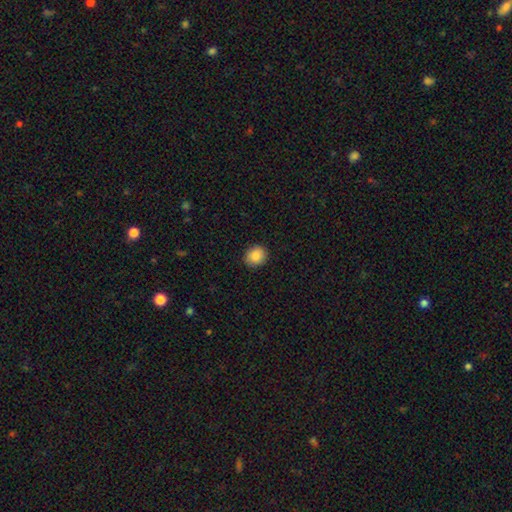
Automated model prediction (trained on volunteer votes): Smooth or featured? smooth (88%)
How rounded? round (77%)
Merging? none (90%)